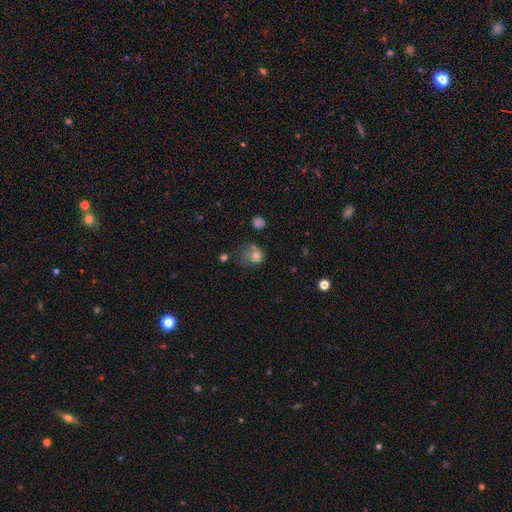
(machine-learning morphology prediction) The model was most divided on "merging": none: 32%, major disturbance: 30%, minor disturbance: 28%, merger: 10%. More confident: smooth or featured — smooth (74%); how rounded — round (63%).